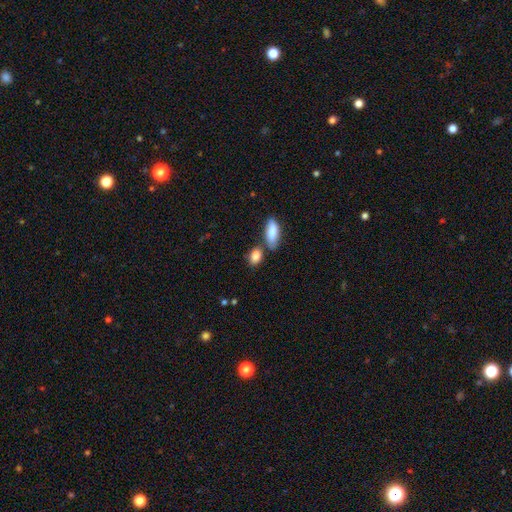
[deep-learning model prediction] Smooth or featured? Predicted: smooth (p=0.86). How rounded? Predicted: in between (p=0.84). Merging? Predicted: none (p=0.56).